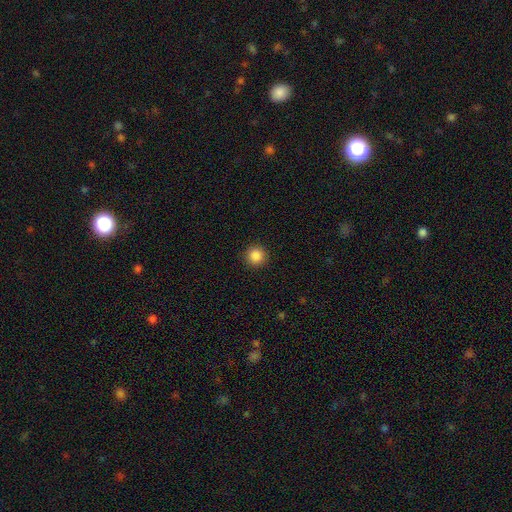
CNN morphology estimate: smooth_or_featured: smooth (p=0.86) [alt: star or artifact p=0.10]
how_rounded: round (p=0.95) [alt: in between p=0.04]
merging: none (p=0.92) [alt: minor disturbance p=0.05]